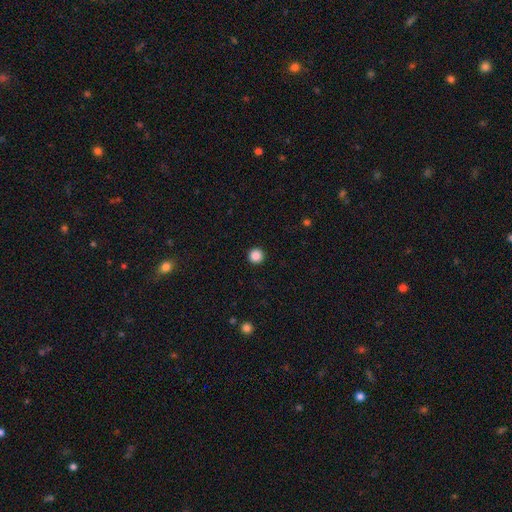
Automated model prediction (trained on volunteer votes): This appears to be a smooth galaxy with no disk features (87%) that is round (96%). Merging: none (94%).